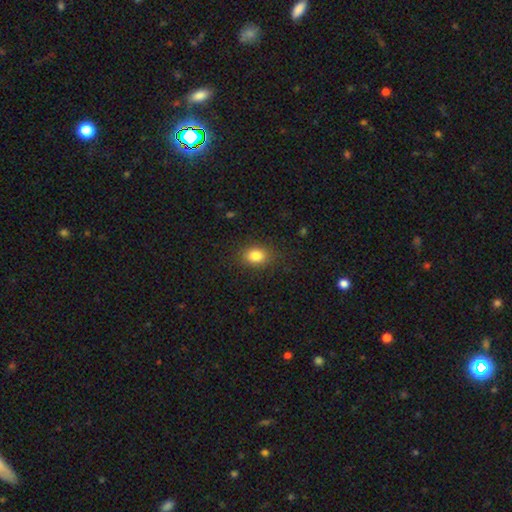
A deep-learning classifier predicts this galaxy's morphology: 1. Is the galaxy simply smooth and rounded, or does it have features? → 84% smooth, 10% star or artifact, 6% featured or disk.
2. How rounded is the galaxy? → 66% in between, 33% round, 1% cigar-shaped.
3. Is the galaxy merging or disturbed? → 85% none, 11% minor disturbance, 3% major disturbance, 1% merger.